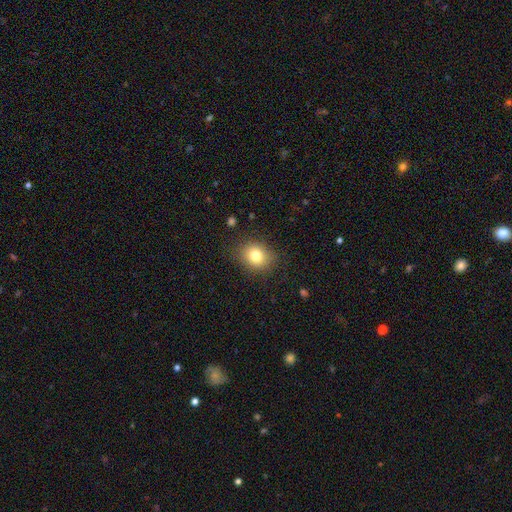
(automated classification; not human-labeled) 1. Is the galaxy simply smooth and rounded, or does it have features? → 79% smooth, 12% star or artifact, 9% featured or disk.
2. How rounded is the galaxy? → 65% round, 34% in between, 1% cigar-shaped.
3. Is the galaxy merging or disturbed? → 86% none, 10% minor disturbance, 3% major disturbance, 1% merger.